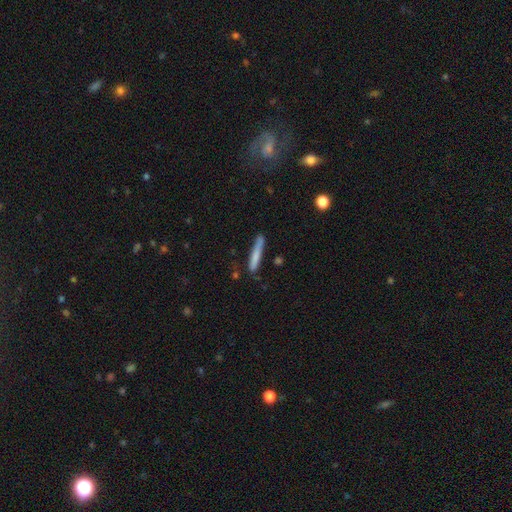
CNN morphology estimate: A smooth galaxy with no disk features (72%) that is cigar-shaped (95%). Merging: none (77%).